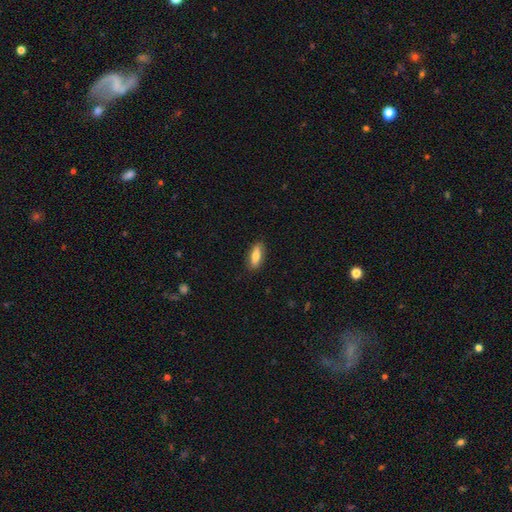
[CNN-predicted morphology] Smooth or featured: smooth — 74% (featured or disk — 20%)
How rounded: in between — 69% (cigar-shaped — 29%)
Merging: none — 85% (minor disturbance — 12%)